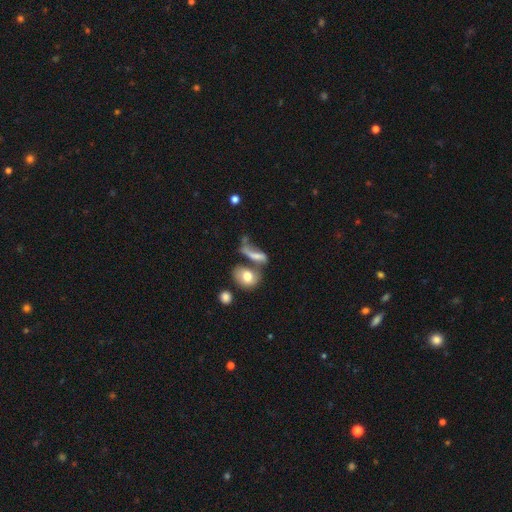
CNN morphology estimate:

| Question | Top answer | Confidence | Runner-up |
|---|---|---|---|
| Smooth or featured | smooth | 56% | featured or disk (32%) |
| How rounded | in between | 59% | cigar-shaped (26%) |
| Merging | merger | 38% | none (26%) |